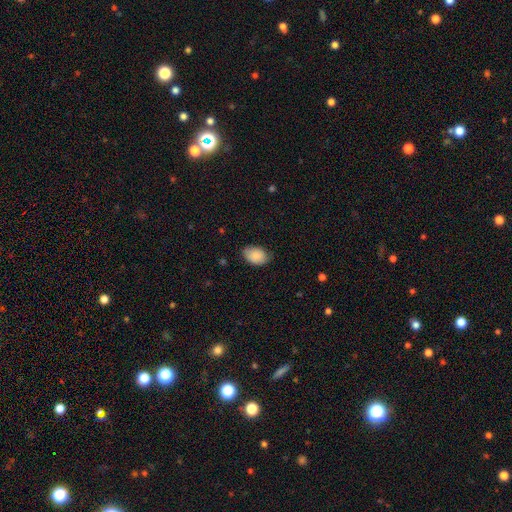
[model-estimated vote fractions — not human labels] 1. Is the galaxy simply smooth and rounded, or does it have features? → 88% smooth, 7% star or artifact, 6% featured or disk.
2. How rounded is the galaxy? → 86% in between, 13% round, 1% cigar-shaped.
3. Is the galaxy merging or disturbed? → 75% none, 21% minor disturbance, 3% major disturbance, 1% merger.